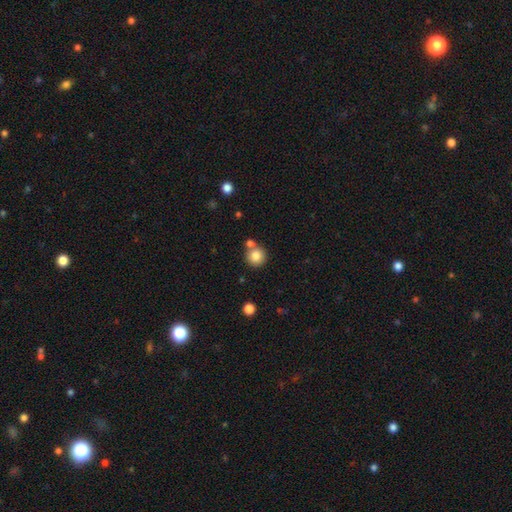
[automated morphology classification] Smooth or featured?
  - smooth: 81% *
  - star or artifact: 10%
  - featured or disk: 9%
How rounded?
  - round: 93% *
  - in between: 6%
  - cigar-shaped: 1%
Merging?
  - none: 69% *
  - merger: 21%
  - minor disturbance: 8%
  - major disturbance: 2%